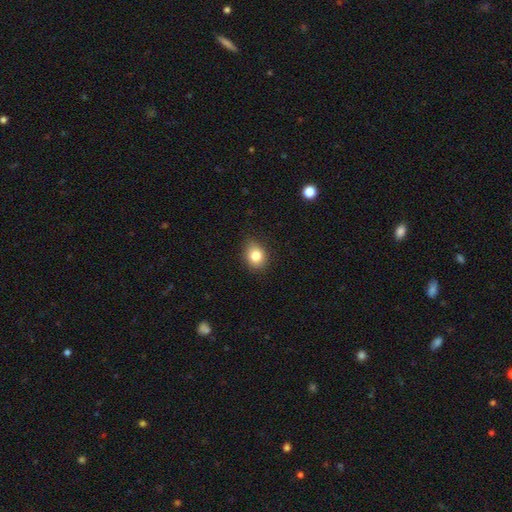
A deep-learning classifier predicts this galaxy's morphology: Overall: smooth (82%). How rounded: round (54%; in between 45%). Merging: none (82%).